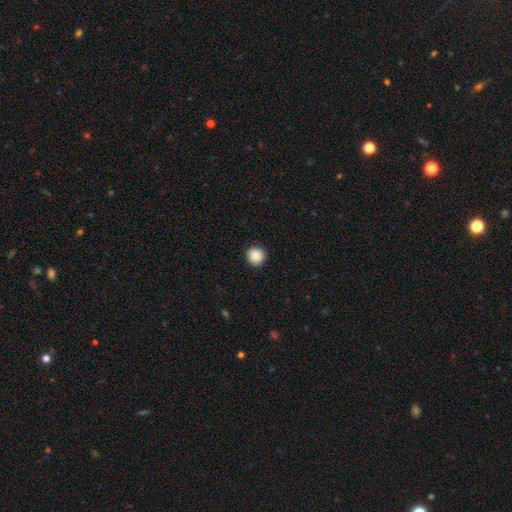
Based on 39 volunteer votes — Volunteers were most divided on "smooth or featured": smooth: 90%, featured or disk: 8%, star or artifact: 3%. More confident: how rounded — round (97%); merging — none (92%).